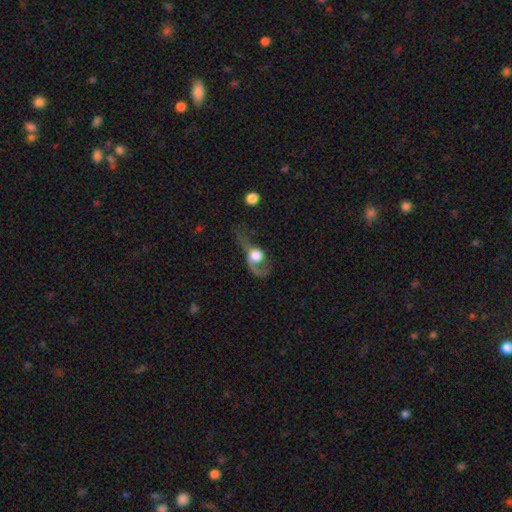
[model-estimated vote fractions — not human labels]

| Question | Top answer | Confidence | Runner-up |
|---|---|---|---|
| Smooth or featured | featured or disk | 48% | smooth (44%) |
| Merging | major disturbance | 62% | none (18%) |